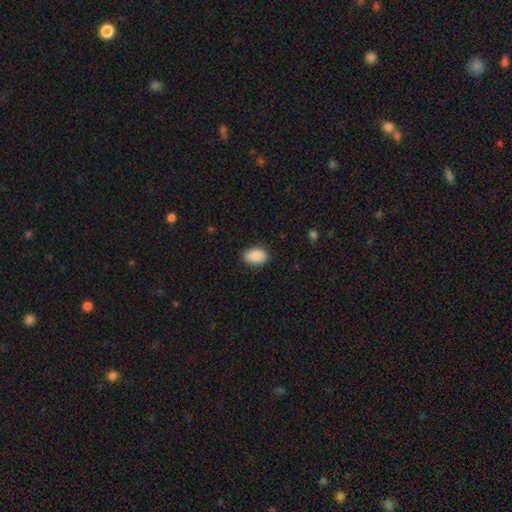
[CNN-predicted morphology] Smooth or featured?
  - smooth: 89% *
  - star or artifact: 7%
  - featured or disk: 4%
How rounded?
  - in between: 87% *
  - round: 12%
  - cigar-shaped: 1%
Merging?
  - none: 87% *
  - minor disturbance: 10%
  - major disturbance: 2%
  - merger: 1%